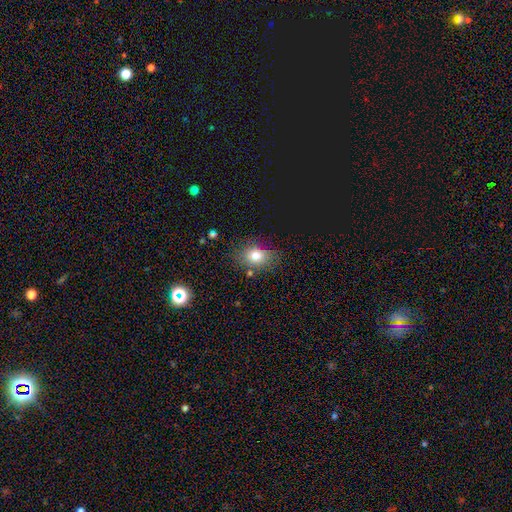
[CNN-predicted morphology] smooth 77%, star or artifact 12%, featured or disk 11%. Down the decision tree: how rounded — in between (63%); merging — none (79%).